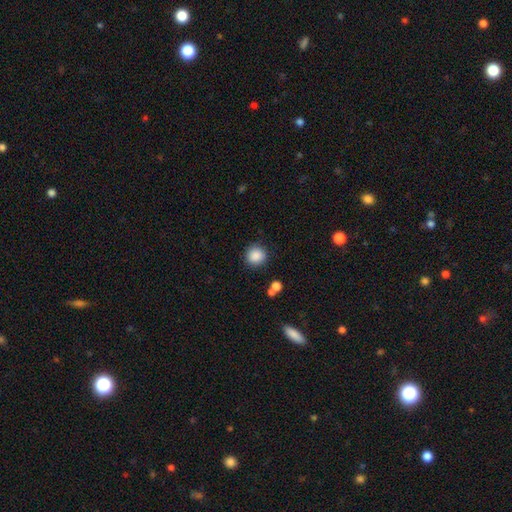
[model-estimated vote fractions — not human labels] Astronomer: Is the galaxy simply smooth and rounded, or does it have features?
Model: smooth — 87%.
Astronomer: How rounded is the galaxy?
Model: round — 93%.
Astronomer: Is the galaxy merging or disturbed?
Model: none — 88%.